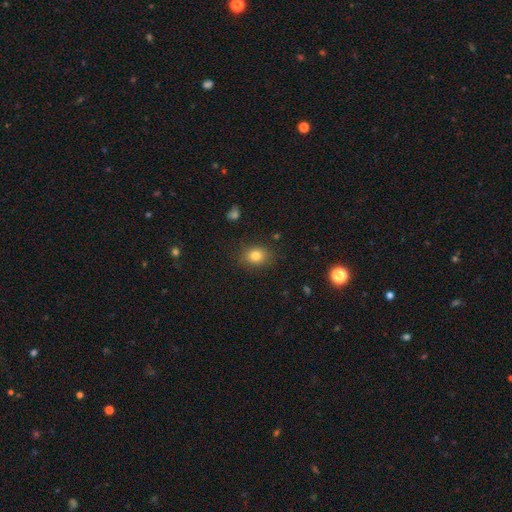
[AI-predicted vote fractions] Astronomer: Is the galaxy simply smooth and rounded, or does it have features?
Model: smooth — 81%.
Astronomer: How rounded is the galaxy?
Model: round — 52% (runner-up: in between, 47%).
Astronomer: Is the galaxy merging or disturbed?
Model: none — 84%.